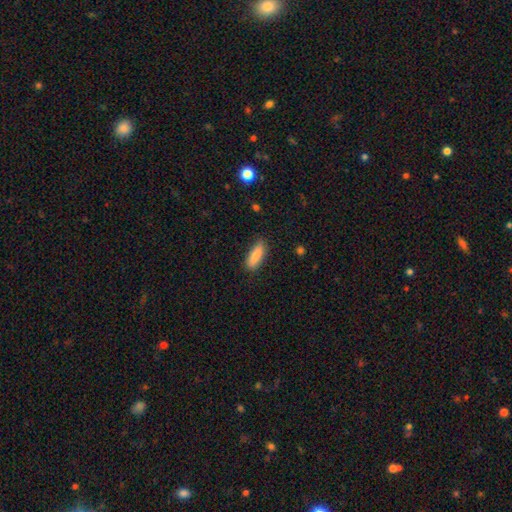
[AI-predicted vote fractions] A smooth galaxy with no disk features (86%) that is in between round and cigar-shaped (59%).

Vote fractions:
- Smooth or featured? smooth: 86% / featured or disk: 8% / star or artifact: 7%
- How rounded? in between: 59% / cigar-shaped: 40% / round: 2%
- Merging? none: 82% / minor disturbance: 14% / major disturbance: 3% / merger: 1%